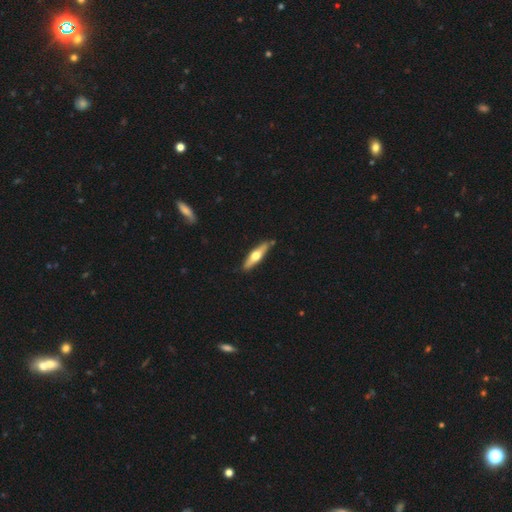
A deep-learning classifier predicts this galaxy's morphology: This is possibly a featured or disk galaxy (56%). It is clearly viewed edge-on (92%). Edge-on bulge: clearly rounded (94%). Merging: clearly none (86%).